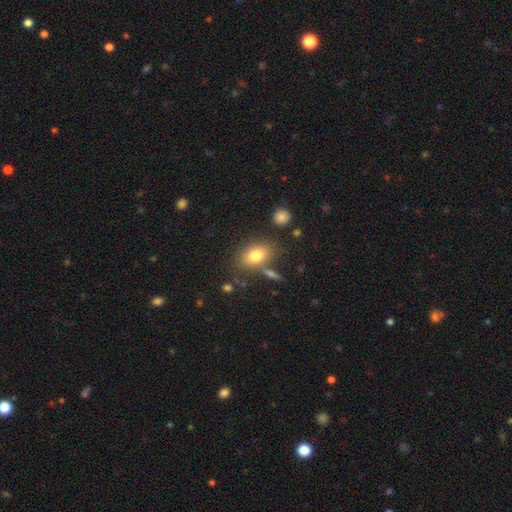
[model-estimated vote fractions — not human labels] Smooth or featured? Predicted: smooth (p=0.77). How rounded? Predicted: in between (p=0.78). Merging? Predicted: none (p=0.69).